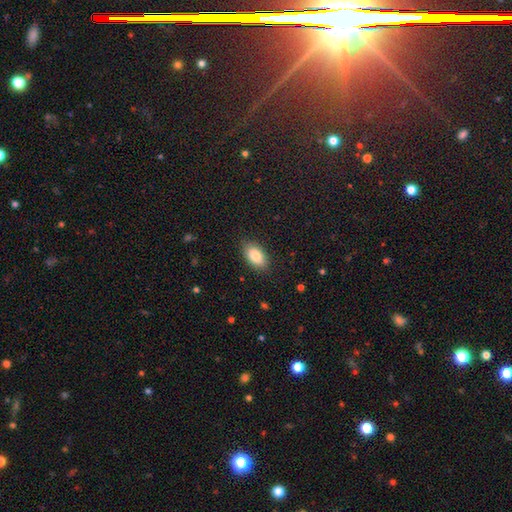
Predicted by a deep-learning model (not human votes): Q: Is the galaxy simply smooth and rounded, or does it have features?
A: smooth — 85%.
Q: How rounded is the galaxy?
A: in between — 93%.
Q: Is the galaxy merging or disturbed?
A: none — 85%.